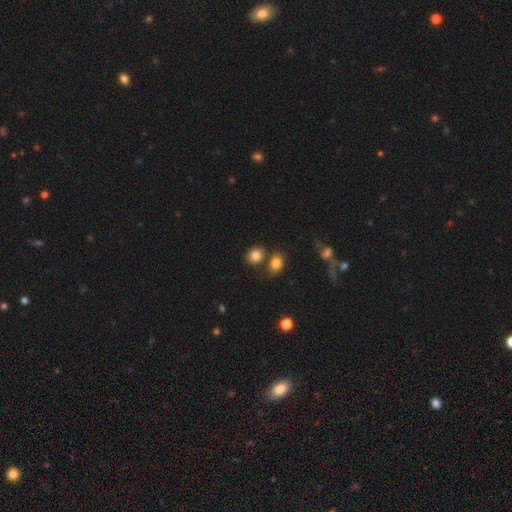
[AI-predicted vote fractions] This appears to be a smooth galaxy with no disk features (83%) that is round (69%). Merging: none (64%).